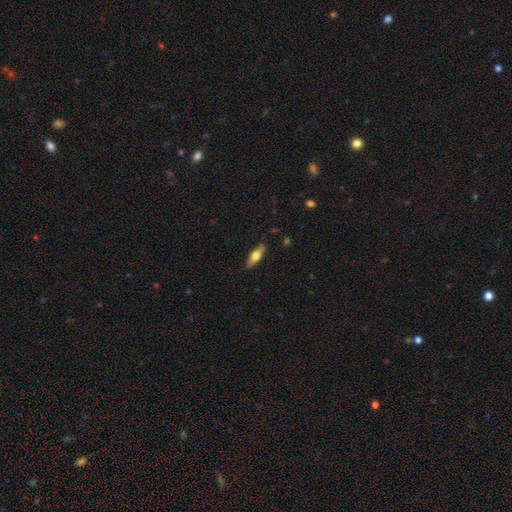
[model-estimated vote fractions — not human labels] Smooth or featured: smooth — 58% (featured or disk — 36%)
How rounded: in between — 56% (cigar-shaped — 41%)
Merging: none — 86% (minor disturbance — 11%)